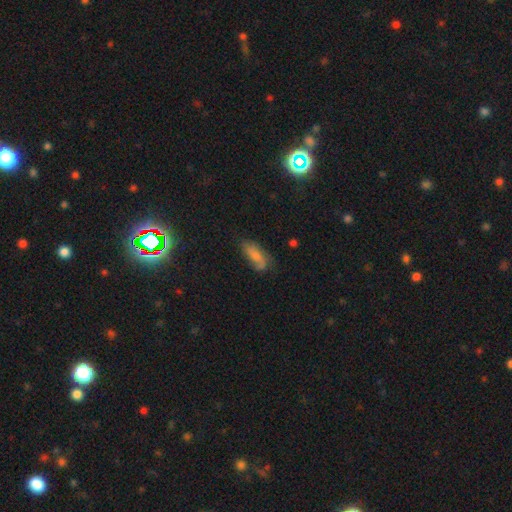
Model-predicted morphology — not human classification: Smooth or featured?
  - smooth: 60% *
  - featured or disk: 32%
  - star or artifact: 8%
How rounded?
  - in between: 79% *
  - cigar-shaped: 18%
  - round: 3%
Merging?
  - none: 58% *
  - minor disturbance: 28%
  - major disturbance: 11%
  - merger: 3%